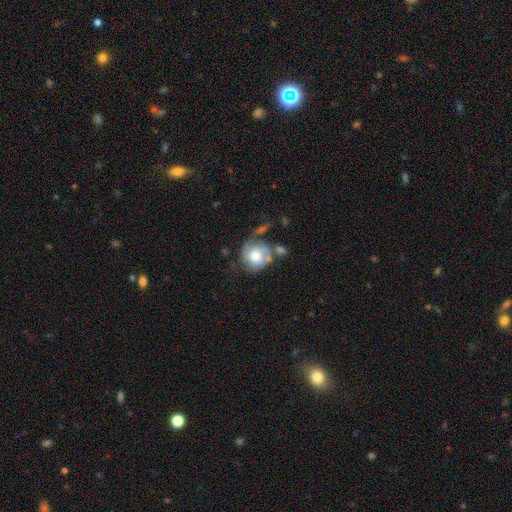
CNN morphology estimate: A featured or disk galaxy (48%).

Vote fractions:
- Smooth or featured? featured or disk: 48% / smooth: 45% / star or artifact: 7%
- Merging? none: 39% / minor disturbance: 23% / major disturbance: 22% / merger: 16%